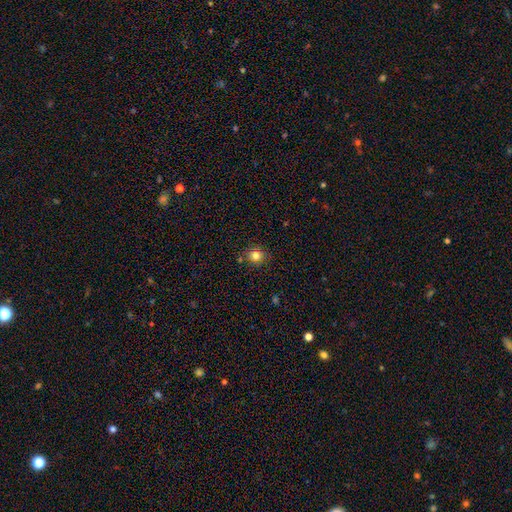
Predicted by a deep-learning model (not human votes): smooth_or_featured: smooth (p=0.81) [alt: star or artifact p=0.13]
how_rounded: round (p=0.82) [alt: in between p=0.17]
merging: none (p=0.82) [alt: minor disturbance p=0.11]